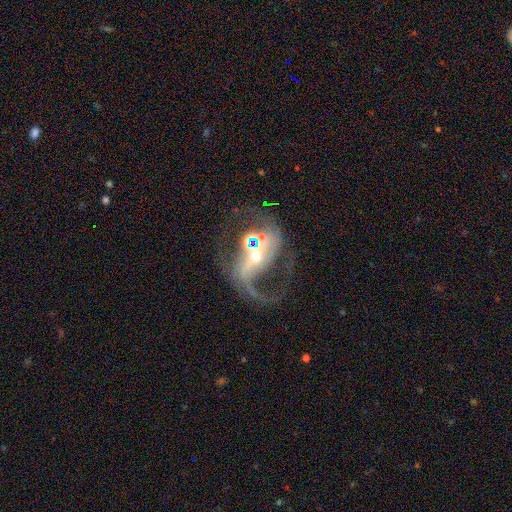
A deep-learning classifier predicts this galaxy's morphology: smooth_or_featured: featured or disk (p=0.84) [alt: star or artifact p=0.09]
disk_edge_on: no (p=0.97) [alt: yes p=0.03]
bar: no (p=0.36) [alt: strong p=0.34]
has_spiral_arms: yes (p=0.91) [alt: no p=0.09]
spiral_winding: loose (p=0.52) [alt: medium p=0.40]
spiral_arm_count: 2 (p=0.79) [alt: 1 p=0.12]
bulge_size: moderate (p=0.50) [alt: small p=0.42]
merging: none (p=0.43) [alt: major disturbance p=0.24]